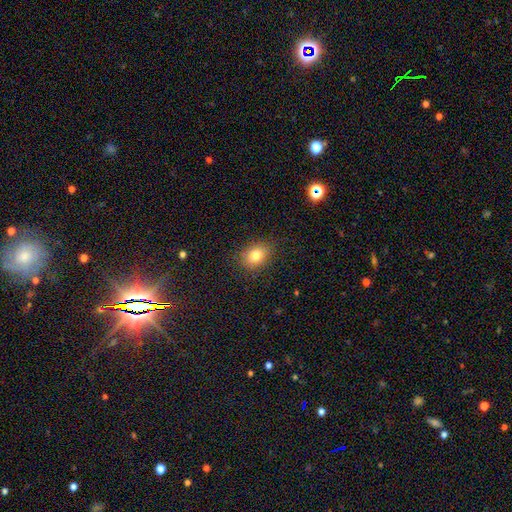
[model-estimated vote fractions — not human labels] Smooth or featured: smooth — 80% (star or artifact — 11%)
How rounded: in between — 65% (round — 34%)
Merging: none — 86% (minor disturbance — 10%)